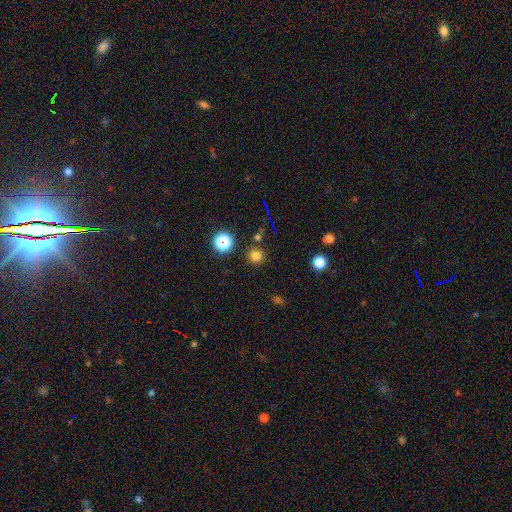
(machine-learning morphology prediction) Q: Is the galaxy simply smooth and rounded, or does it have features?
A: smooth — 74%.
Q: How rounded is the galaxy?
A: round — 94%.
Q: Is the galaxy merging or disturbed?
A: none — 86%.